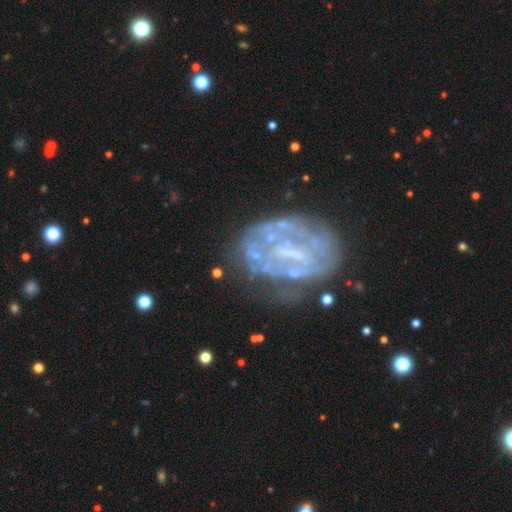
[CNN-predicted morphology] type=featured or disk (76%); edge-on=no (98%); bar=no (43%); spiral arms=no (61%); bulge=none (51%); merging=none (42%).